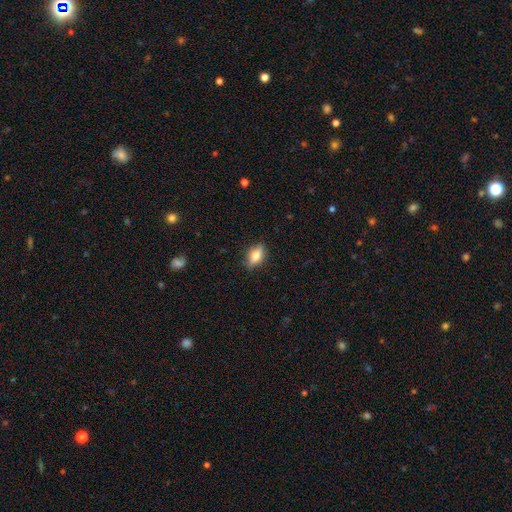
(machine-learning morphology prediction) Smooth or featured? Predicted: smooth (p=0.64). How rounded? Predicted: in between (p=0.79). Merging? Predicted: none (p=0.83).